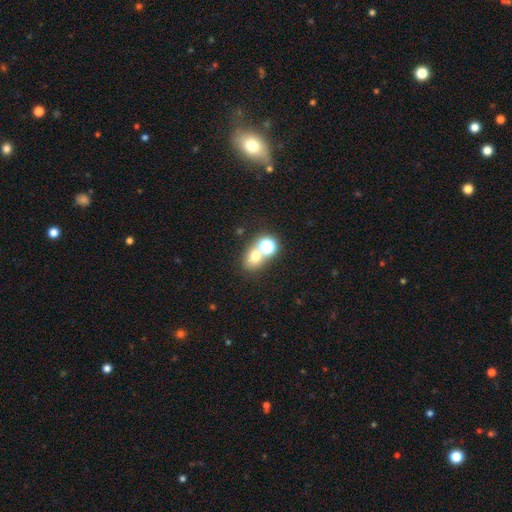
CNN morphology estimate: Smooth or featured? Predicted: smooth (p=0.64). How rounded? Predicted: round (p=0.62). Merging? Predicted: none (p=0.49).